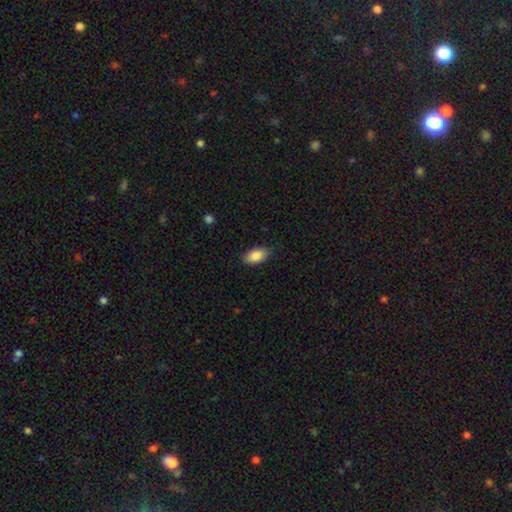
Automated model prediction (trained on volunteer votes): A smooth galaxy with no disk features (88%) that is in between round and cigar-shaped (93%). Merging: none (82%).